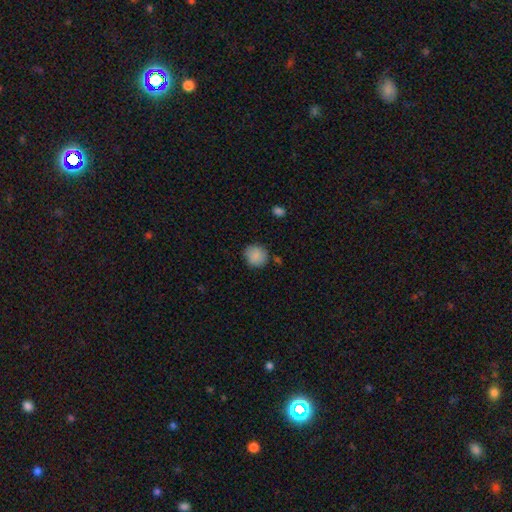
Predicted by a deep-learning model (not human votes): This is clearly a smooth galaxy (87%). How rounded: clearly round (87%). Merging: clearly none (82%).